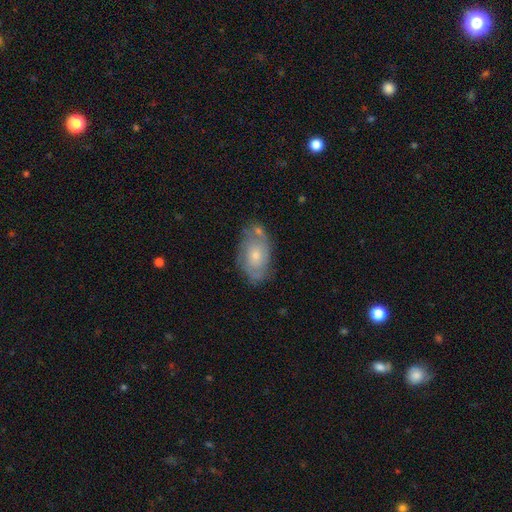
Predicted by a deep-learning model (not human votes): Q: Smooth or featured?
A: featured or disk (55%); runner-up: smooth (39%)
Q: Edge-on disk?
A: no (94%); runner-up: yes (6%)
Q: Bar?
A: no (82%); runner-up: weak (16%)
Q: Spiral arms?
A: yes (66%); runner-up: no (34%)
Q: Bulge size?
A: small (57%); runner-up: moderate (37%)
Q: Merging?
A: none (61%); runner-up: minor disturbance (23%)